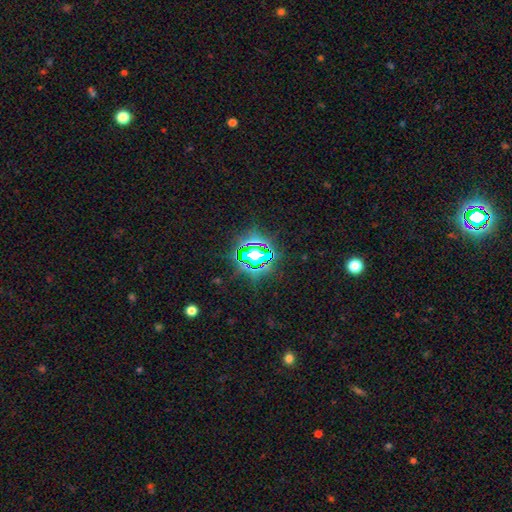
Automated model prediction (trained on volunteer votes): The model was most divided on "smooth or featured": star or artifact: 70%, smooth: 18%, featured or disk: 12%.